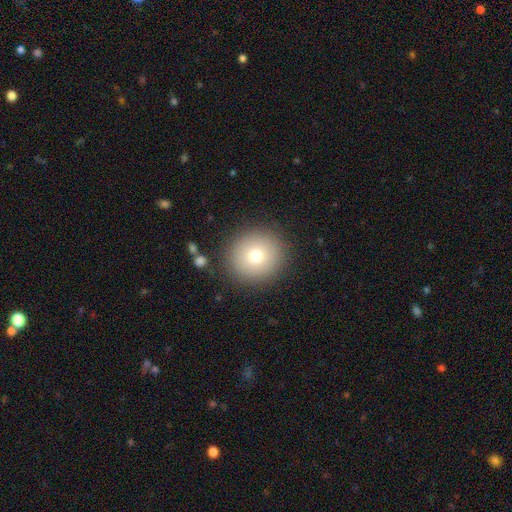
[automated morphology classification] Smooth or featured? smooth (74%)
How rounded? round (92%)
Merging? none (89%)